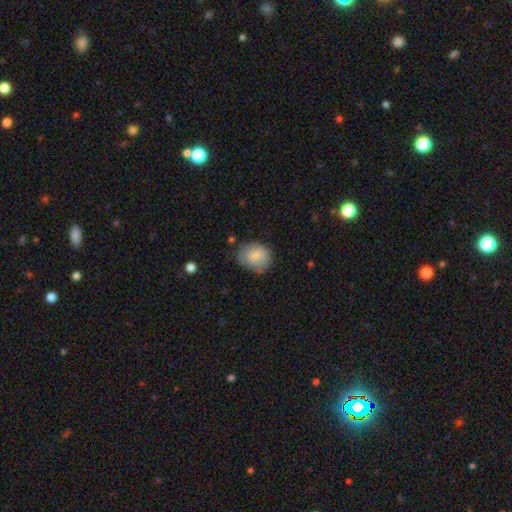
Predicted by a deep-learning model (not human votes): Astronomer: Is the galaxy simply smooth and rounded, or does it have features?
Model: smooth — 79%.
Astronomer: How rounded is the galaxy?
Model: round — 53% (runner-up: in between, 46%).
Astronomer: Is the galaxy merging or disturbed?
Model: none — 60%.